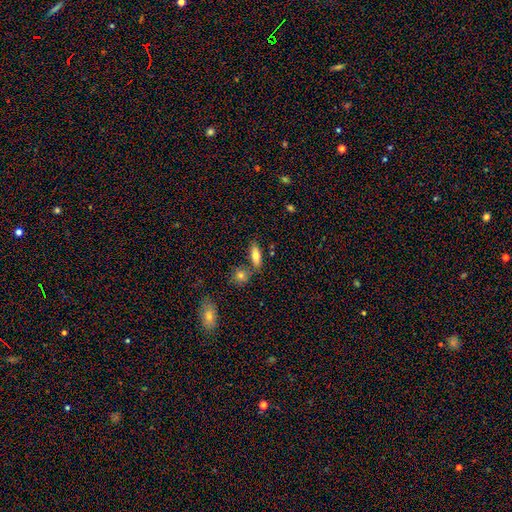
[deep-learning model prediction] The model was most divided on "how rounded": in between: 72%, cigar-shaped: 25%, round: 3%. More confident: smooth or featured — smooth (75%); merging — none (67%).